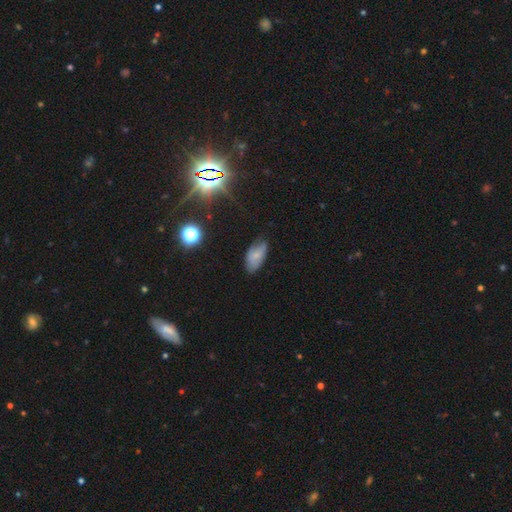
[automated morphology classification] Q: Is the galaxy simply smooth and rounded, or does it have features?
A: smooth — 63%.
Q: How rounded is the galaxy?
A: in between — 93%.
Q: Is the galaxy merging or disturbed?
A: none — 59%.